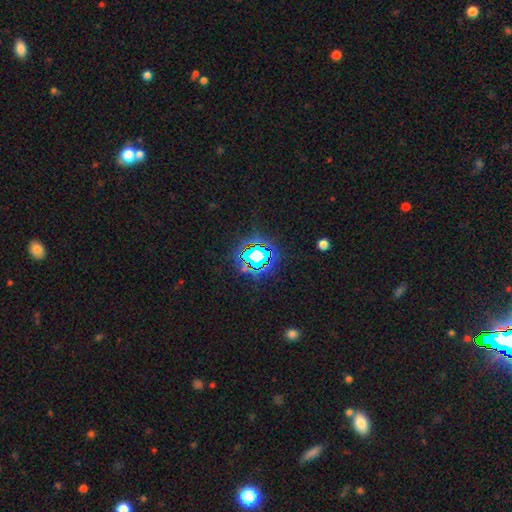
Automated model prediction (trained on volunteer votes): Smooth or featured? star or artifact (70%)